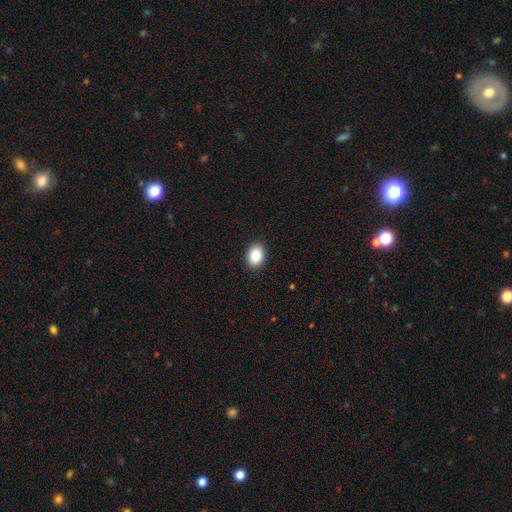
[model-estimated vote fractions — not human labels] Smooth or featured? smooth (88%)
How rounded? in between (79%)
Merging? none (90%)